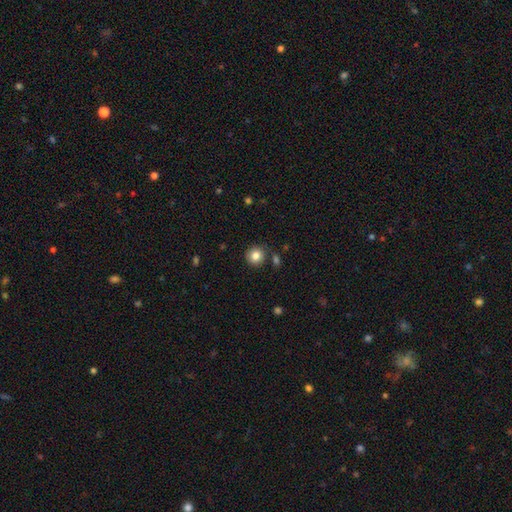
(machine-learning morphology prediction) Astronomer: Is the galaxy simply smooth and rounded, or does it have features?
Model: smooth — 83%.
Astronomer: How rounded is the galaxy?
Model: round — 91%.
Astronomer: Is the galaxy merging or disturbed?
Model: none — 83%.